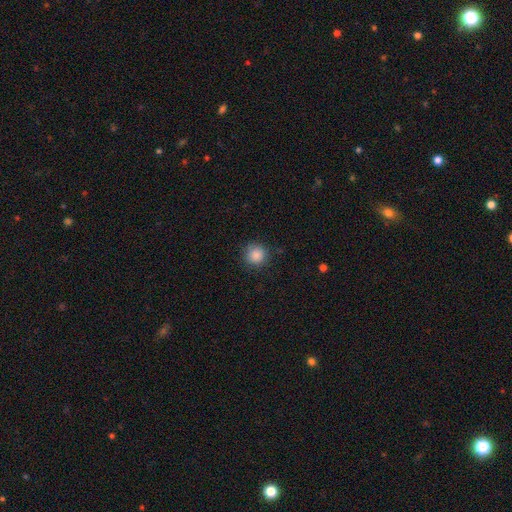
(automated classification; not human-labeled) Smooth or featured?
  - smooth: 87% *
  - star or artifact: 10%
  - featured or disk: 3%
How rounded?
  - round: 93% *
  - in between: 6%
  - cigar-shaped: 1%
Merging?
  - none: 87% *
  - minor disturbance: 10%
  - major disturbance: 3%
  - merger: 1%